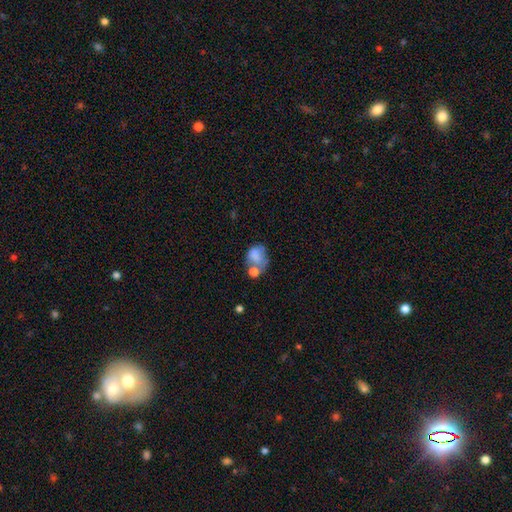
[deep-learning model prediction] smooth-or-featured: smooth: 72% | featured or disk: 18% | star or artifact: 10%
  how-rounded: in between: 57% | round: 42% | cigar-shaped: 1%
  merging: merger: 41% | none: 25% | minor disturbance: 17% | major disturbance: 16%